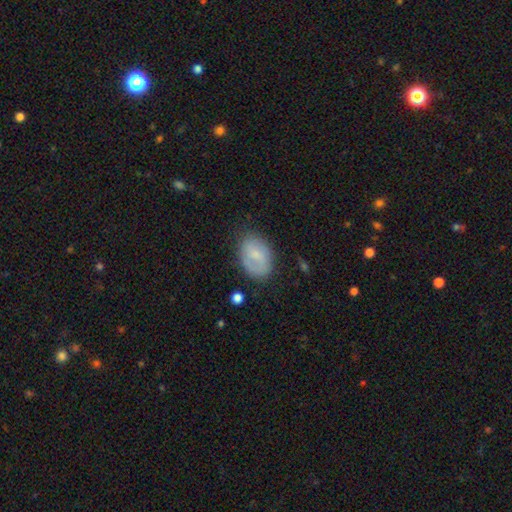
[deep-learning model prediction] smooth_or_featured: smooth (p=0.62) [alt: featured or disk p=0.31]
how_rounded: in between (p=0.82) [alt: round p=0.17]
merging: none (p=0.69) [alt: minor disturbance p=0.22]